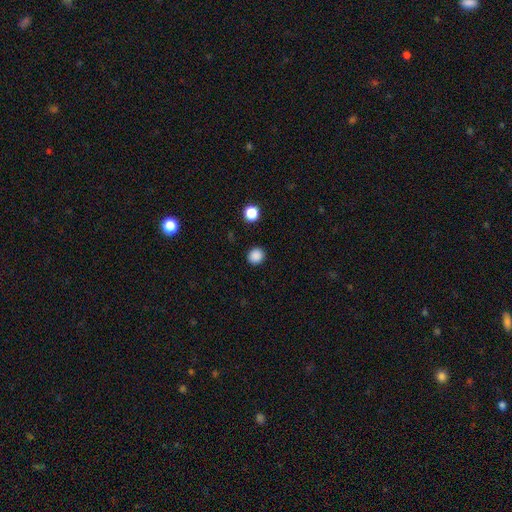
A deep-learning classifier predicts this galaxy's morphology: smooth 87%, star or artifact 11%, featured or disk 3%. Down the decision tree: how rounded — round (84%); merging — none (91%).